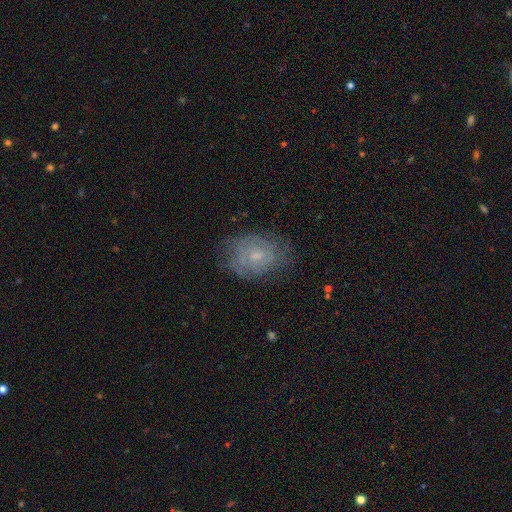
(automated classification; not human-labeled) smooth-or-featured: featured or disk: 55% | smooth: 35% | star or artifact: 10%
  disk-edge-on: no: 96% | yes: 4%
    bar: no: 66% | weak: 31% | strong: 4%
    has-spiral-arms: yes: 74% | no: 26%
    bulge-size: small: 57% | moderate: 31% | none: 10% | large: 2% | dominant: 1%
  merging: none: 68% | minor disturbance: 21% | major disturbance: 9% | merger: 1%